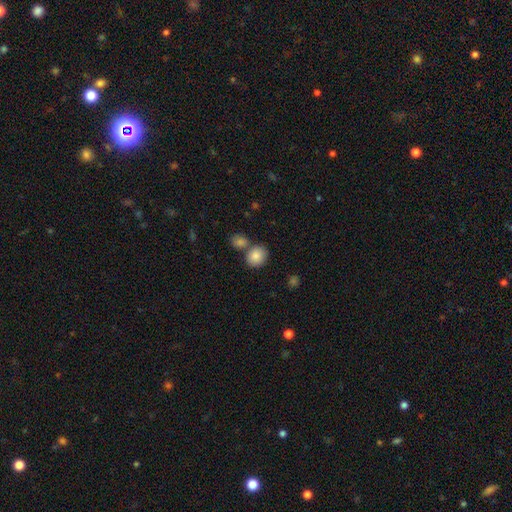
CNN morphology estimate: smooth_or_featured: smooth (p=0.86) [alt: star or artifact p=0.08]
how_rounded: round (p=0.60) [alt: in between p=0.39]
merging: none (p=0.59) [alt: merger p=0.29]